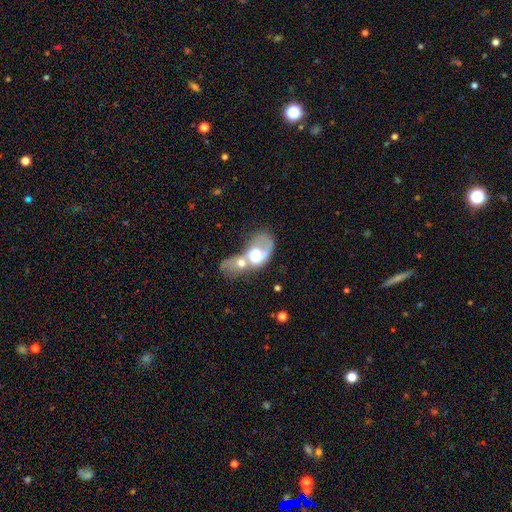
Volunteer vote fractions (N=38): Morphology: type=featured or disk (61%); edge-on=no (96%); bar=no (68%); spiral arms=yes (68%); winding=loose (47%); arm count=1 (87%); bulge=moderate (50%); merging=merger (97%).